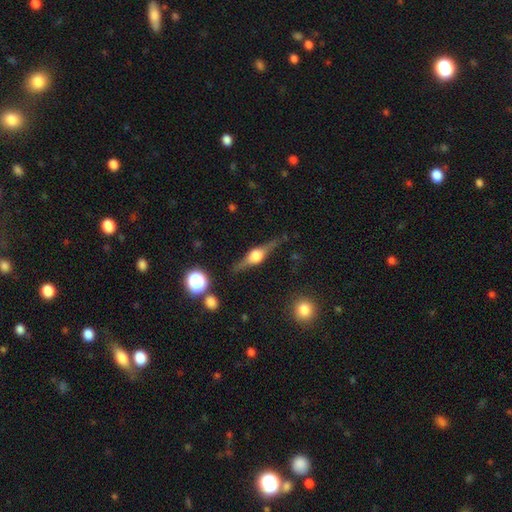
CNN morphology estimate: A featured or disk galaxy (78%) viewed edge-on (97%) with a rounded central bulge (92%).

Vote fractions:
- Smooth or featured? featured or disk: 78% / smooth: 15% / star or artifact: 7%
- Edge-on disk? yes: 97% / no: 3%
- Edge-on bulge? rounded: 92% / boxy: 7% / none: 1%
- Merging? none: 84% / minor disturbance: 11% / major disturbance: 3% / merger: 2%